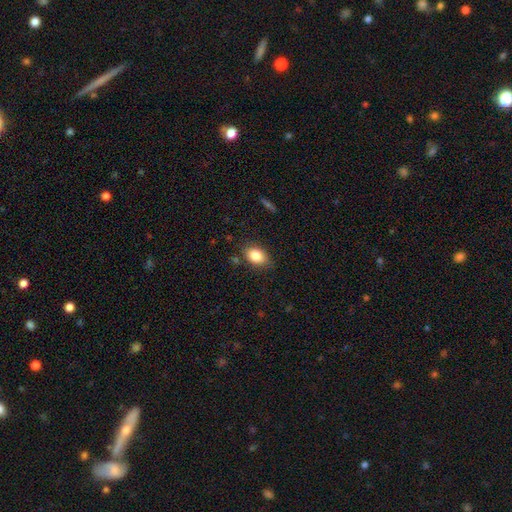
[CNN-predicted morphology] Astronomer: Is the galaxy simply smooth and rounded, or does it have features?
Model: smooth — 84%.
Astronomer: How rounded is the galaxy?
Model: in between — 79%.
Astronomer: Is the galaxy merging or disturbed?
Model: none — 80%.